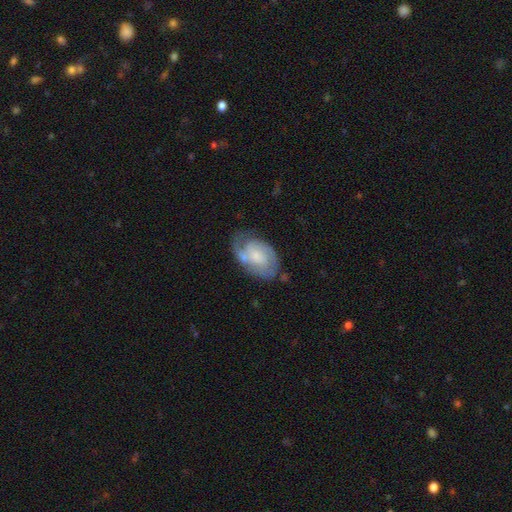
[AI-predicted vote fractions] Smooth or featured? featured or disk (69%)
Edge-on disk? no (96%)
Bar? no (61%)
Spiral arms? yes (88%)
Spiral winding? tight (47%)
Spiral arm count? 2 (58%)
Bulge size? small (52%)
Merging? none (58%)